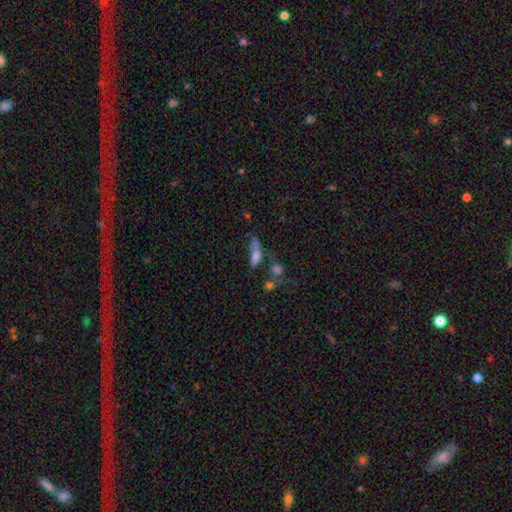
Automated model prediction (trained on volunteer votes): Smooth or featured? smooth (64%)
How rounded? in between (63%)
Merging? none (30%)